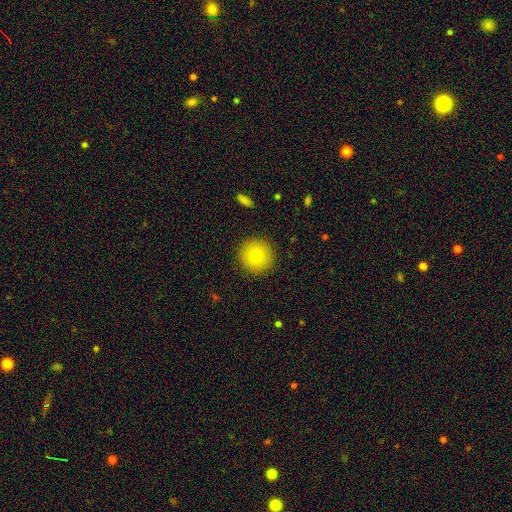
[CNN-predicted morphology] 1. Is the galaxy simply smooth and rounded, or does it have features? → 77% smooth, 14% featured or disk, 10% star or artifact.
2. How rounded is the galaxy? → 95% round, 4% in between, 1% cigar-shaped.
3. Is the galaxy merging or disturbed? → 92% none, 5% minor disturbance, 2% major disturbance, 1% merger.